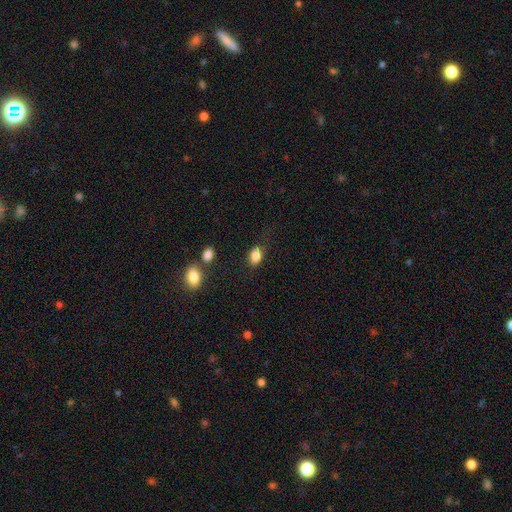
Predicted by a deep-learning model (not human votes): smooth_or_featured: smooth (p=0.86) [alt: star or artifact p=0.09]
how_rounded: in between (p=0.73) [alt: round p=0.25]
merging: none (p=0.73) [alt: minor disturbance p=0.17]